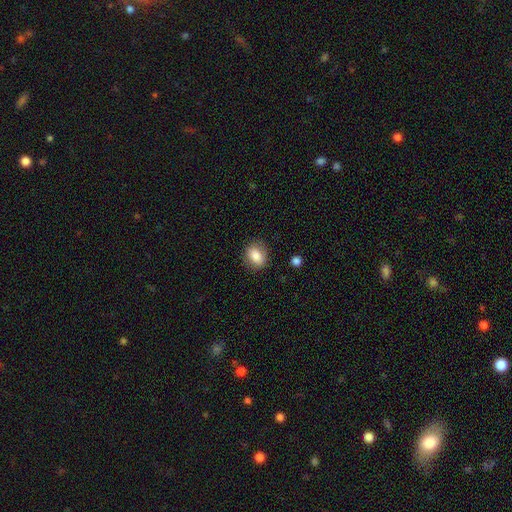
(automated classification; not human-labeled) This is clearly a smooth galaxy (83%). How rounded: possibly in between (59%). Merging: clearly none (83%).